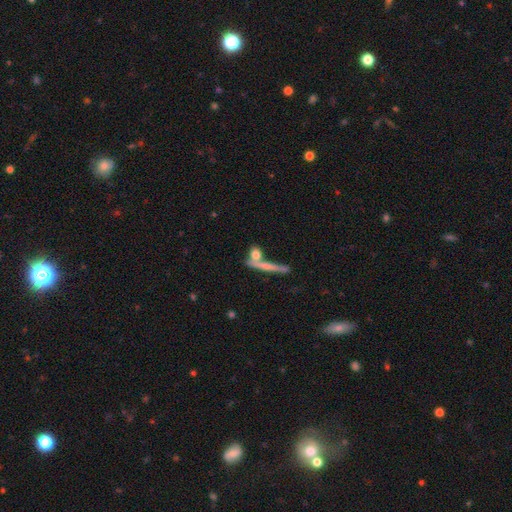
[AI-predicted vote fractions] Morphology: type=smooth (64%); roundness=cigar-shaped (40%); merging=none (56%).